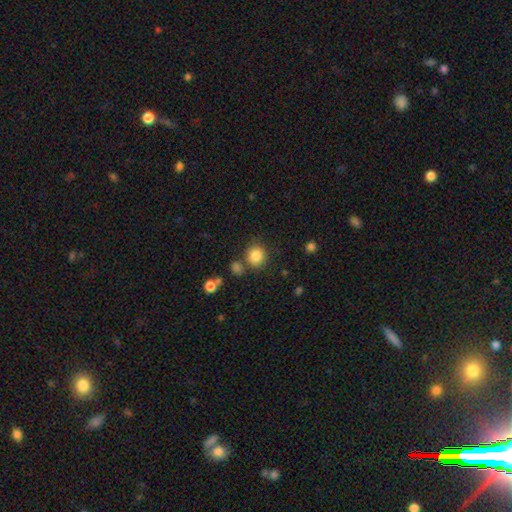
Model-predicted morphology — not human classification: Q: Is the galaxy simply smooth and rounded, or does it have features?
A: smooth — 84%.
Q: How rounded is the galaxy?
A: round — 88%.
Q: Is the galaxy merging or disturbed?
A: none — 77%.